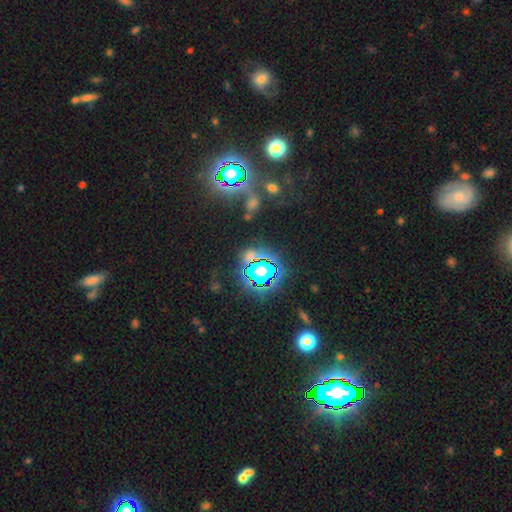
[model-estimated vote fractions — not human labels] smooth_or_featured: star or artifact (p=0.81) [alt: smooth p=0.11]